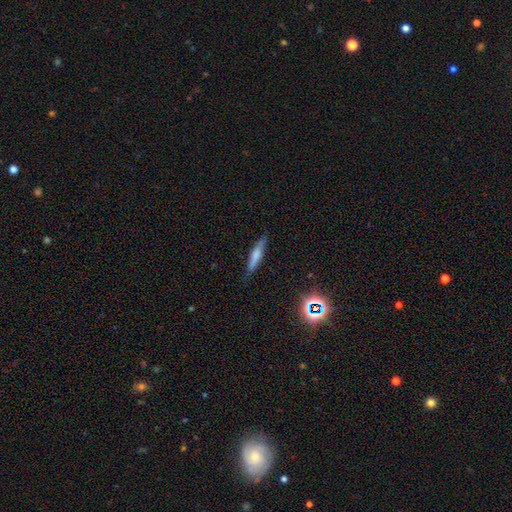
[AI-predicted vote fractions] smooth_or_featured: smooth (p=0.56) [alt: featured or disk p=0.35]
how_rounded: cigar-shaped (p=0.87) [alt: in between p=0.11]
merging: none (p=0.83) [alt: minor disturbance p=0.13]